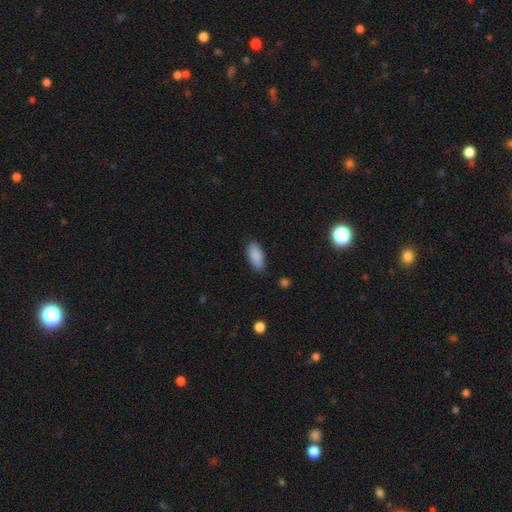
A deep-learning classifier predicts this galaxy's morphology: This appears to be a smooth galaxy with no disk features (89%) that is in between round and cigar-shaped (87%). Merging: none (83%).